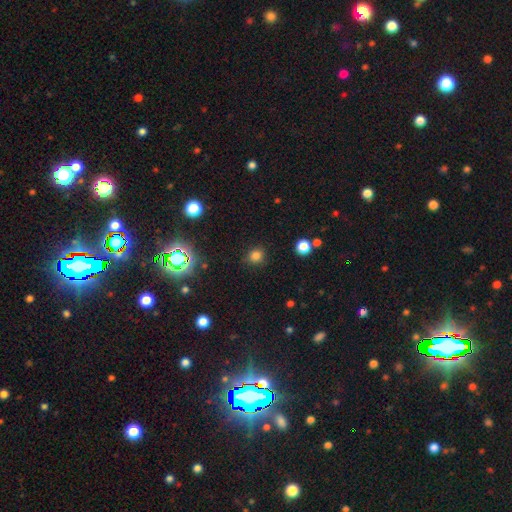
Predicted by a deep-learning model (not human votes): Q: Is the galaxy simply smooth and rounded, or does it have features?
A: smooth — 77%.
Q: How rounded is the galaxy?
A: round — 81%.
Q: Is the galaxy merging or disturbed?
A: none — 84%.